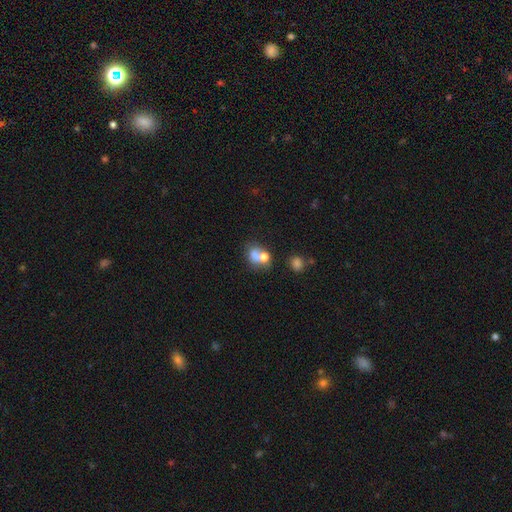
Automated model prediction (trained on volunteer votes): Smooth or featured: smooth — 66% (featured or disk — 22%)
How rounded: in between — 50% (round — 49%)
Merging: merger — 54% (none — 27%)